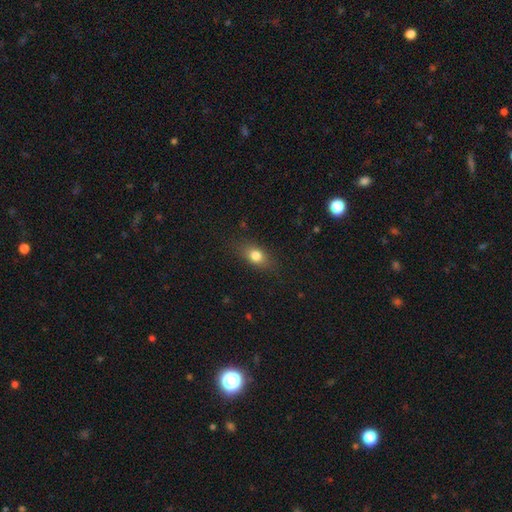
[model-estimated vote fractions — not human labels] smooth 79%, featured or disk 11%, star or artifact 10%. Down the decision tree: how rounded — in between (71%); merging — none (81%).